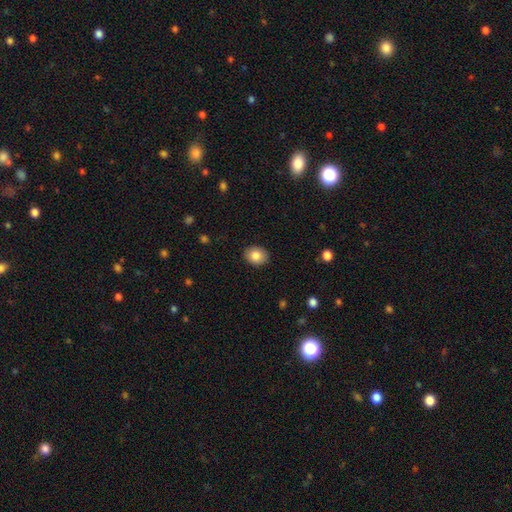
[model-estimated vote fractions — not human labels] Smooth or featured? smooth (84%)
How rounded? in between (54%)
Merging? none (89%)